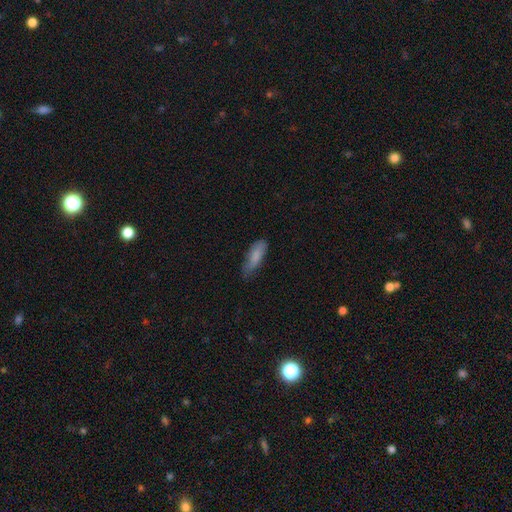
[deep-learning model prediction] smooth 83%, featured or disk 11%, star or artifact 7%. Down the decision tree: how rounded — in between (60%); merging — none (58%).